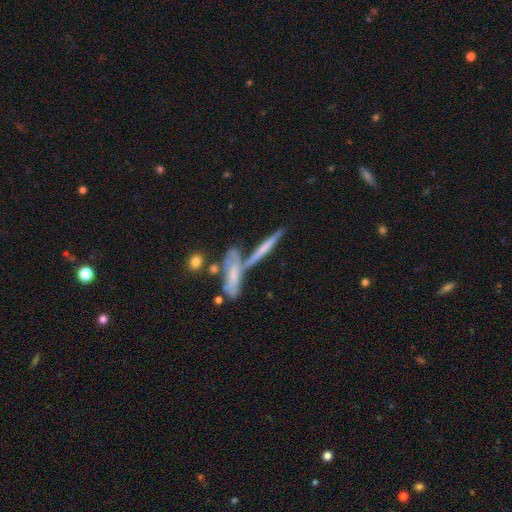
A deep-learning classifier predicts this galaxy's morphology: Smooth or featured? featured or disk (50%)
Edge-on disk? yes (68%)
Merging? none (43%)